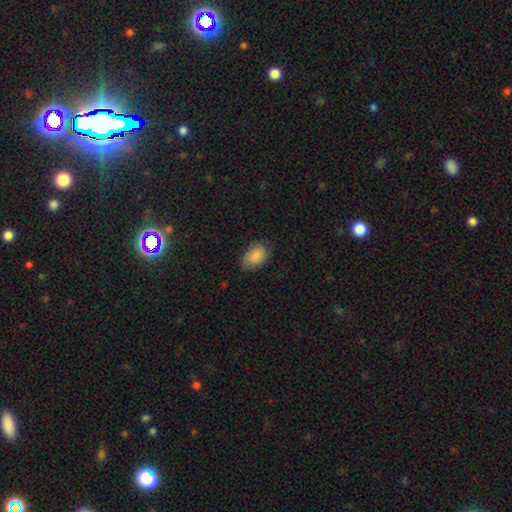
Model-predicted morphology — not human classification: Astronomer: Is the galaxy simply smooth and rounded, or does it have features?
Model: smooth — 86%.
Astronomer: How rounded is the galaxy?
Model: in between — 89%.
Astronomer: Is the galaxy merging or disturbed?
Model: none — 70%.